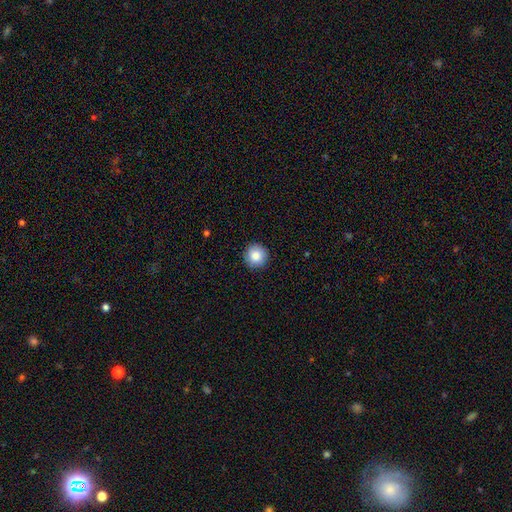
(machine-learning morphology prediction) A smooth galaxy with no disk features (85%) that is round (95%). Merging: none (91%).